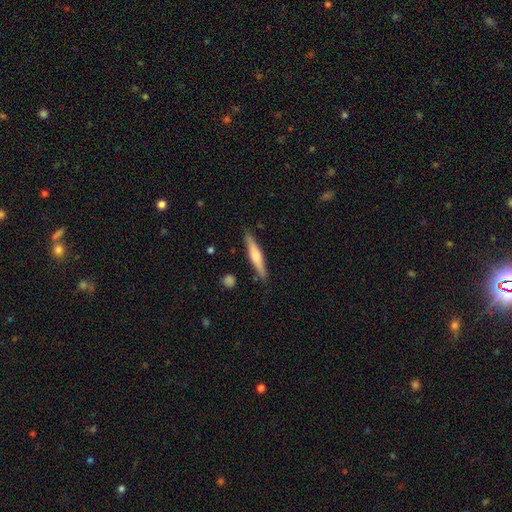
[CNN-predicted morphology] smooth_or_featured: smooth (p=0.52) [alt: featured or disk p=0.43]
how_rounded: cigar-shaped (p=0.90) [alt: in between p=0.09]
merging: none (p=0.86) [alt: minor disturbance p=0.10]